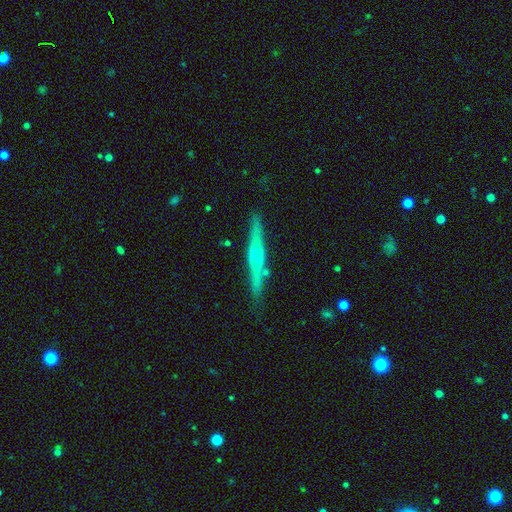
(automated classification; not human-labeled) This appears to be a featured or disk galaxy (63%) viewed edge-on (97%) with a rounded central bulge (59%). Merging: none (85%).